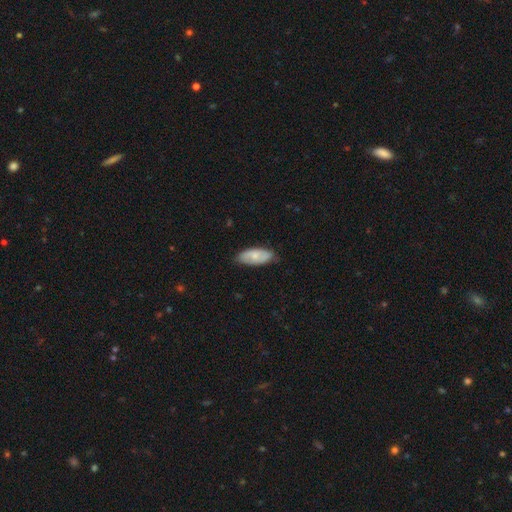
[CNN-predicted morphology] Q: Smooth or featured?
A: smooth (64%); runner-up: featured or disk (30%)
Q: How rounded?
A: in between (88%); runner-up: cigar-shaped (10%)
Q: Merging?
A: none (75%); runner-up: minor disturbance (21%)